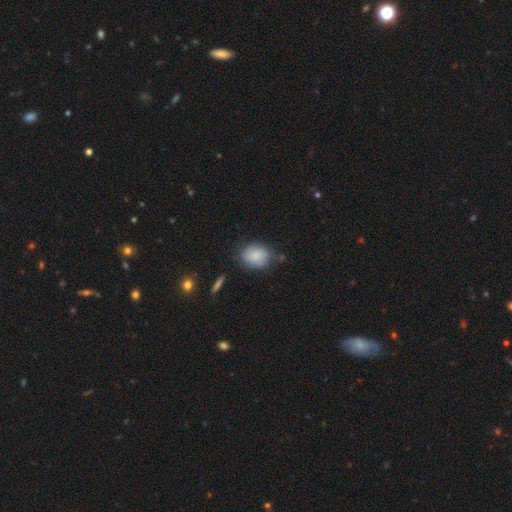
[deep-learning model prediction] This is clearly a smooth galaxy (80%). How rounded: possibly in between (54%). Merging: likely none (67%).